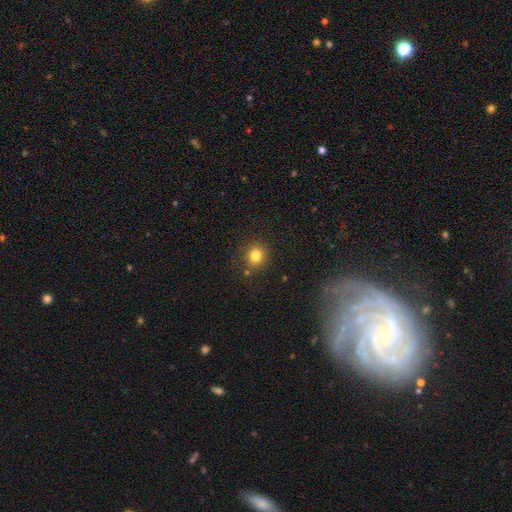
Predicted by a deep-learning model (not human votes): Smooth or featured? smooth (80%)
How rounded? round (84%)
Merging? none (83%)